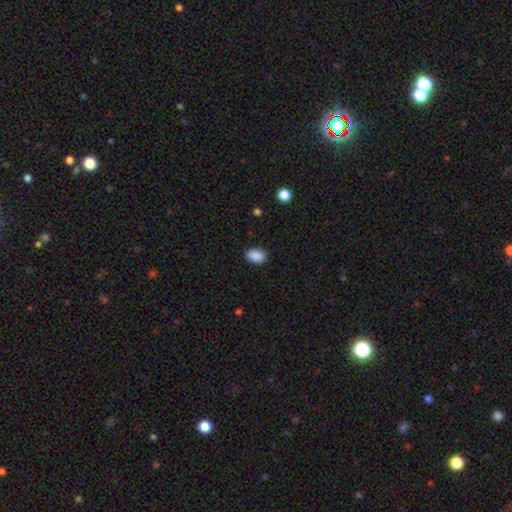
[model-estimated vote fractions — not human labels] smooth 90%, star or artifact 8%, featured or disk 3%. Down the decision tree: how rounded — in between (89%); merging — none (87%).